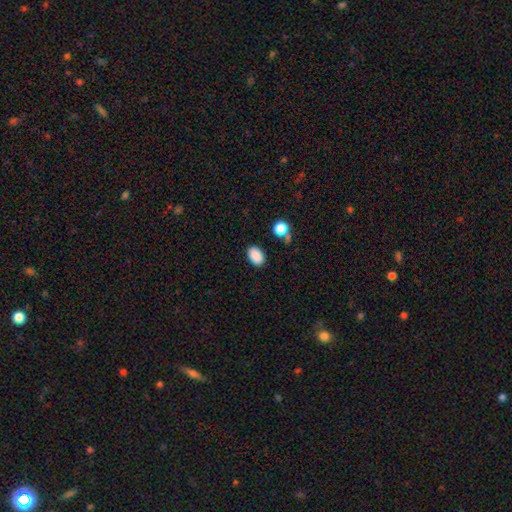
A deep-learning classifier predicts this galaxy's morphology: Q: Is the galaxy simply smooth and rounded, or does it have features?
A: smooth — 88%.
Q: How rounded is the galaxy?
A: in between — 84%.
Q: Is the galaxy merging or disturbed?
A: none — 83%.